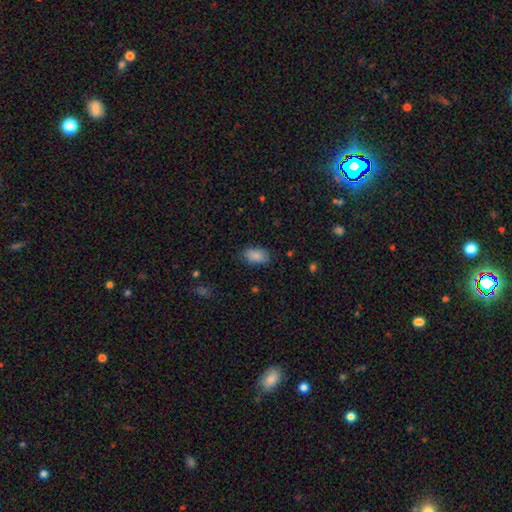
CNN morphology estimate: smooth_or_featured: smooth (p=0.87) [alt: star or artifact p=0.07]
how_rounded: in between (p=0.93) [alt: round p=0.05]
merging: none (p=0.81) [alt: minor disturbance p=0.14]